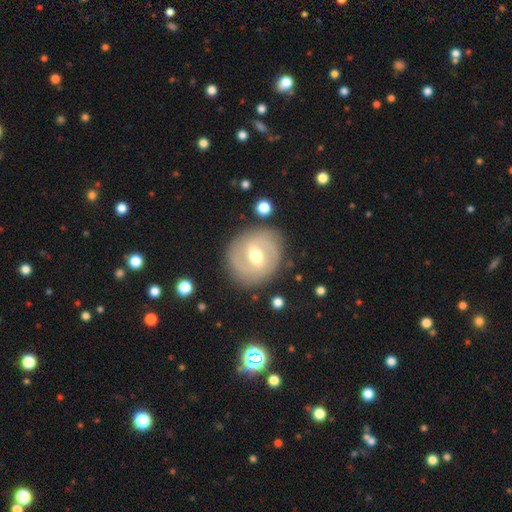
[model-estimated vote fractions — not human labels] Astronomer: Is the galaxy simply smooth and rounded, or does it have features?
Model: featured or disk — 70%.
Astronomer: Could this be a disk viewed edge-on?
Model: no — 97%.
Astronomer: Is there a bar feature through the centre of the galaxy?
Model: weak — 52%.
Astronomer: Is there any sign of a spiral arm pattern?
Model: yes — 77%.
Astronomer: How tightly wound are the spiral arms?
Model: tight — 45% (runner-up: medium, 38%).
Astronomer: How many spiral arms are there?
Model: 2 — 74%.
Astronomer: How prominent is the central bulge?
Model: moderate — 73%.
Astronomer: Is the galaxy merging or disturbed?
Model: none — 83%.